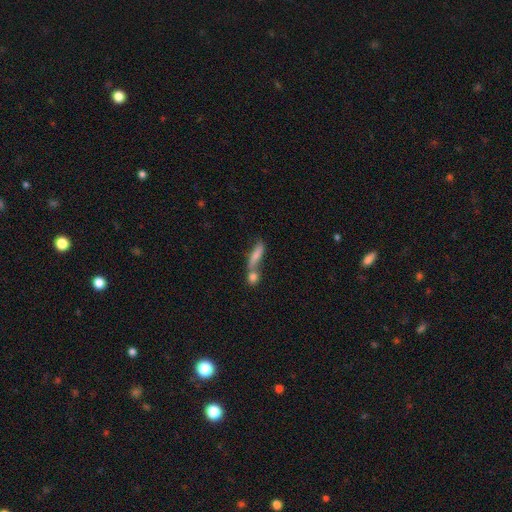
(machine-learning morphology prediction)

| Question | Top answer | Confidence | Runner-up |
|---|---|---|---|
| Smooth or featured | smooth | 71% | featured or disk (21%) |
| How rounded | cigar-shaped | 60% | in between (34%) |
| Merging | merger | 55% | none (30%) |